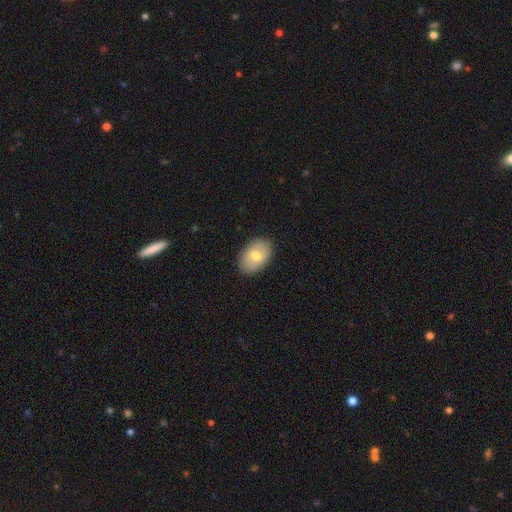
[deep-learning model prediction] Smooth or featured?
  - smooth: 69% *
  - featured or disk: 24%
  - star or artifact: 7%
How rounded?
  - in between: 87% *
  - round: 12%
  - cigar-shaped: 1%
Merging?
  - none: 86% *
  - minor disturbance: 11%
  - major disturbance: 2%
  - merger: 1%